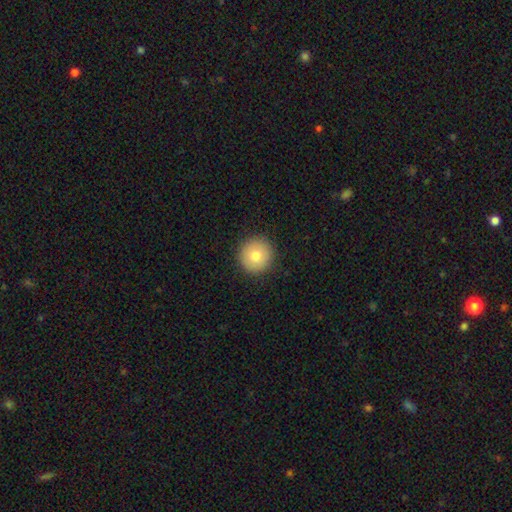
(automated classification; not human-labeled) Smooth or featured?
  - smooth: 77% *
  - featured or disk: 13%
  - star or artifact: 9%
How rounded?
  - round: 95% *
  - in between: 4%
  - cigar-shaped: 1%
Merging?
  - none: 92% *
  - minor disturbance: 6%
  - major disturbance: 2%
  - merger: 1%